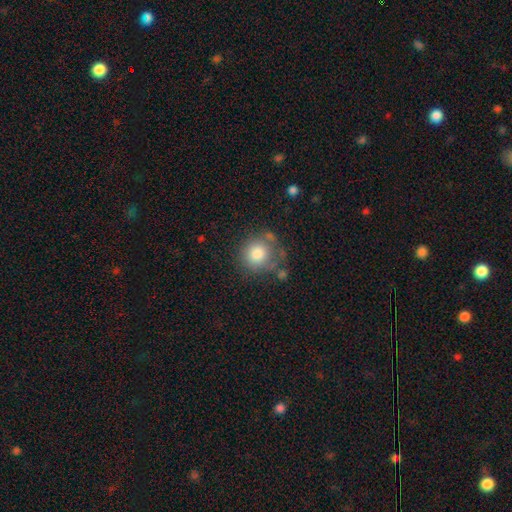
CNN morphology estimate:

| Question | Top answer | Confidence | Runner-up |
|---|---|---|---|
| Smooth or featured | smooth | 76% | star or artifact (13%) |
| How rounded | round | 91% | in between (8%) |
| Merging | none | 66% | minor disturbance (18%) |